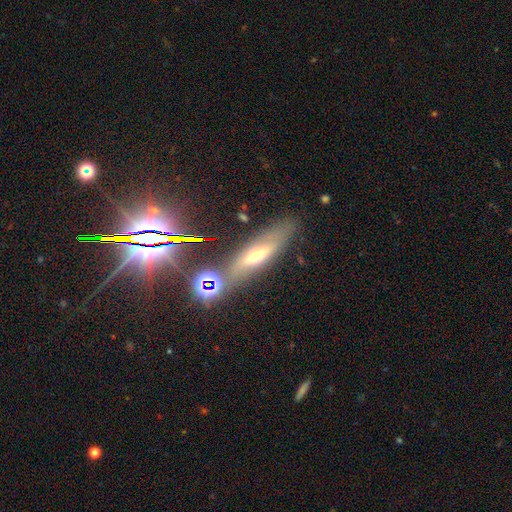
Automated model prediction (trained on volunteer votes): A featured or disk galaxy (39%). Merging: none (76%).